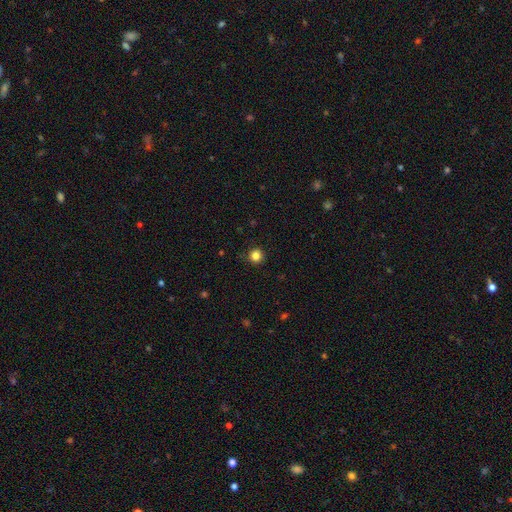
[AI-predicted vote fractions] smooth 84%, star or artifact 12%, featured or disk 4%. Down the decision tree: how rounded — round (94%); merging — none (90%).